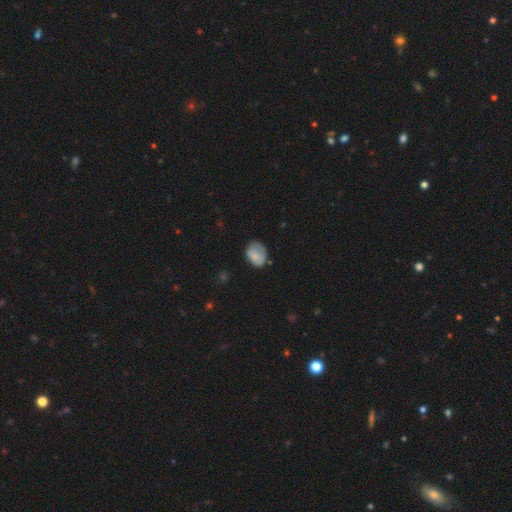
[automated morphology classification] A smooth galaxy with no disk features (78%) that is in between round and cigar-shaped (68%). Merging: none (54%).